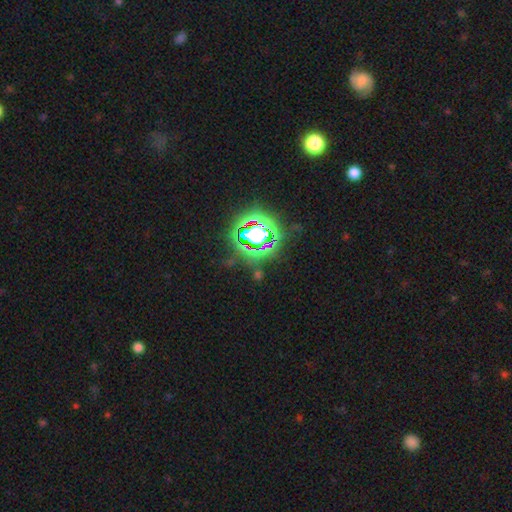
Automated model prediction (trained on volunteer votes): A star or artifact, not a galaxy (78%).

Vote fractions:
- Smooth or featured? star or artifact: 78% / smooth: 14% / featured or disk: 9%